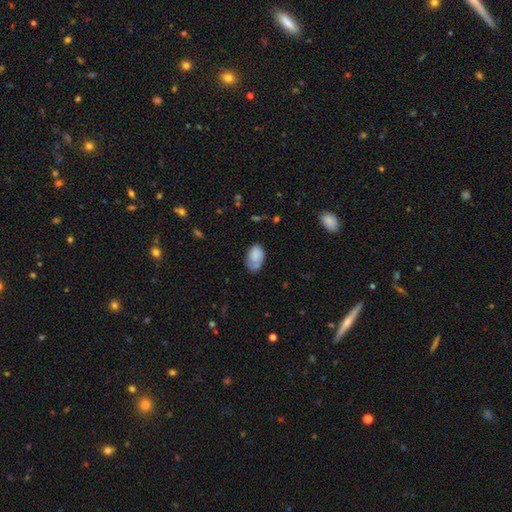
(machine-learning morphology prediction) Smooth or featured? Predicted: smooth (p=0.68). How rounded? Predicted: in between (p=0.89). Merging? Predicted: none (p=0.53).